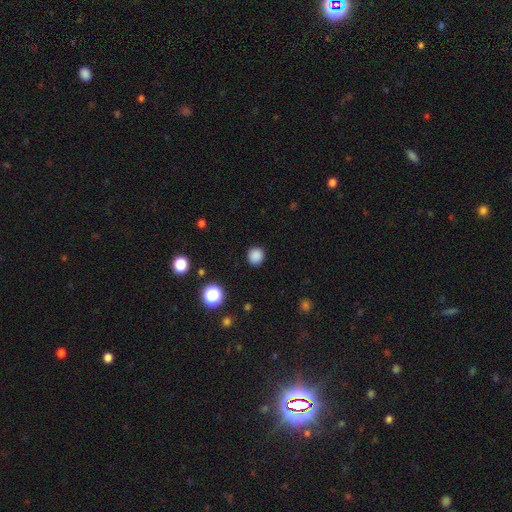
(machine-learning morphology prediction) This appears to be a smooth galaxy with no disk features (85%) that is round (91%). Merging: none (91%).